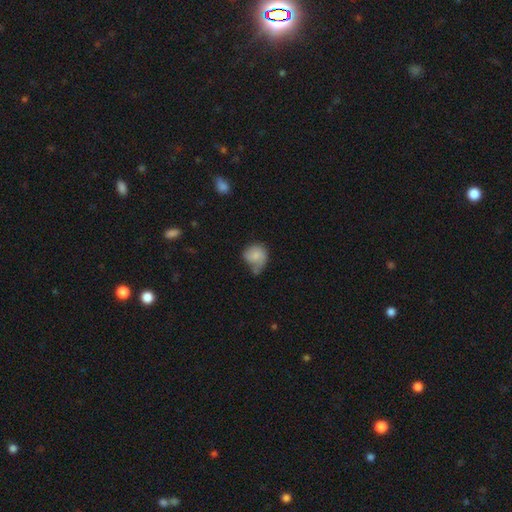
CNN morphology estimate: The model was most divided on "merging" (2-way tie): none: 34%, minor disturbance: 34%, major disturbance: 23%, merger: 9%. More confident: how rounded — round (70%); smooth or featured — smooth (69%).